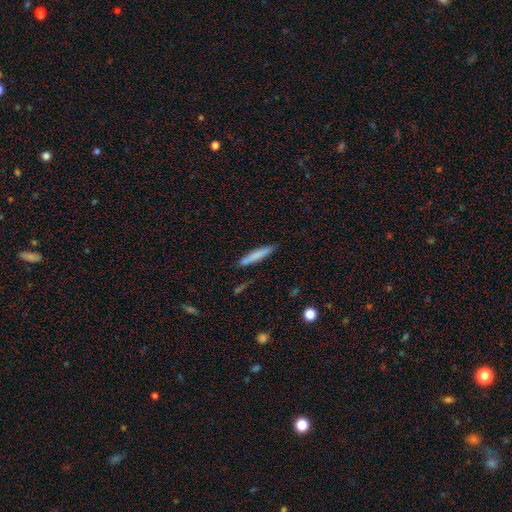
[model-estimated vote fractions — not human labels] This is likely a smooth galaxy (74%). How rounded: clearly cigar-shaped (93%). Merging: clearly none (81%).